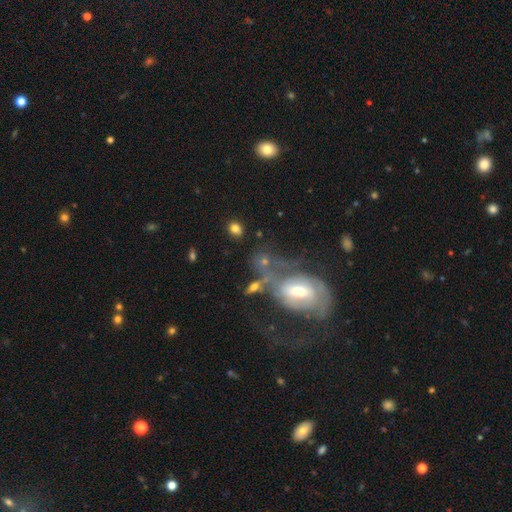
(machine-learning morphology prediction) A featured or disk galaxy (62%) with no bar (59%), spiral arms (60%) and a moderate central bulge (61%).

Vote fractions:
- Smooth or featured? featured or disk: 62% / smooth: 26% / star or artifact: 12%
- Edge-on disk? no: 93% / yes: 7%
- Bar? no: 59% / weak: 29% / strong: 12%
- Spiral arms? yes: 60% / no: 40%
- Bulge size? moderate: 61% / small: 25% / large: 10% / none: 2% / dominant: 2%
- Merging? none: 38% / major disturbance: 30% / minor disturbance: 18% / merger: 14%